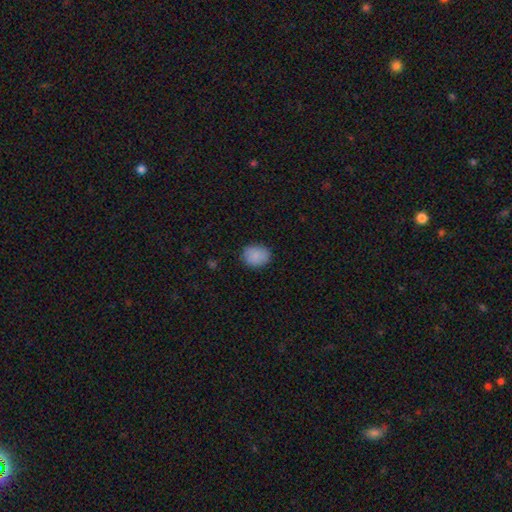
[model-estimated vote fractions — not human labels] This appears to be a smooth galaxy with no disk features (87%) that is round (54%). Merging: none (84%).